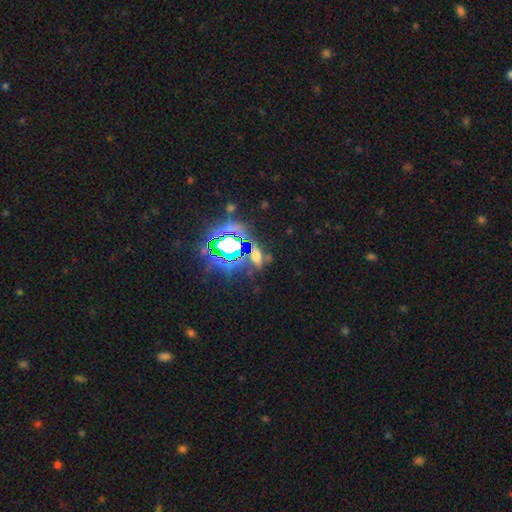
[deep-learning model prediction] Overall: star or artifact (56%; smooth 30%).